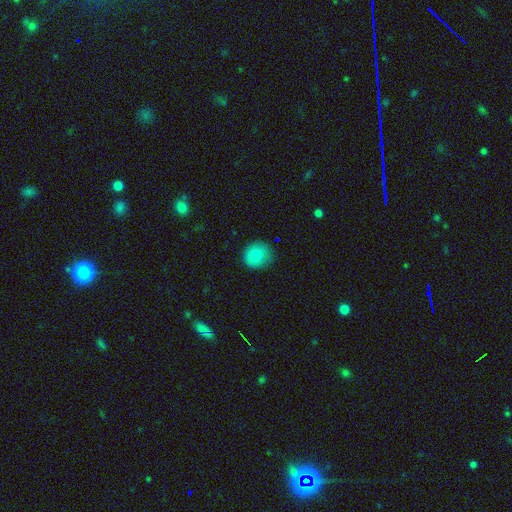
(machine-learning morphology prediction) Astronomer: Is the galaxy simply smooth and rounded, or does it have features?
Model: smooth — 83%.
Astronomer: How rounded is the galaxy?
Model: round — 90%.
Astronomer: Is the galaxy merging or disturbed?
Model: none — 82%.